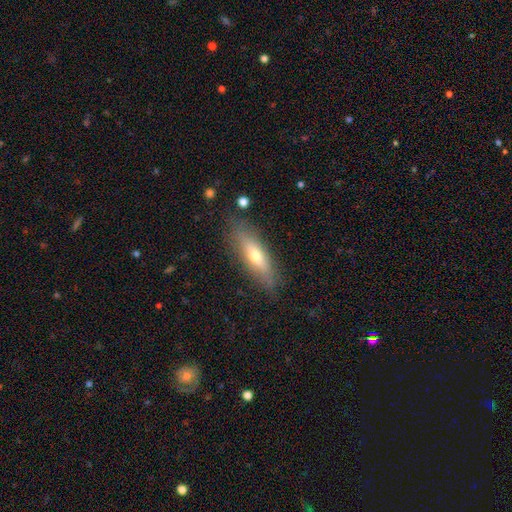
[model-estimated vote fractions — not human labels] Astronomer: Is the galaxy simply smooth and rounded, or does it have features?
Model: smooth — 53% (runner-up: featured or disk, 40%).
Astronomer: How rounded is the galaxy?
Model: cigar-shaped — 63%.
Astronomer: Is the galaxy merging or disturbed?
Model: none — 82%.